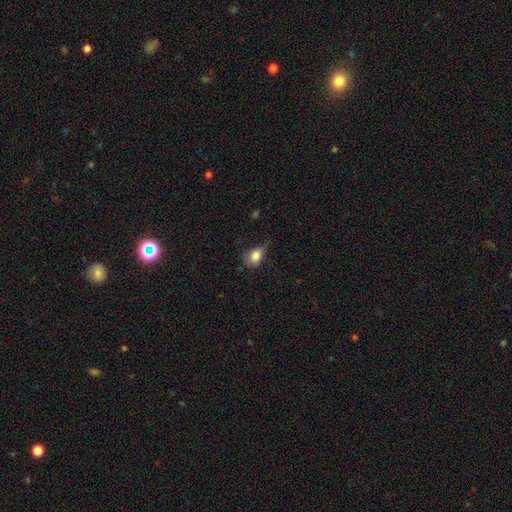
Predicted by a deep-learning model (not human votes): Morphology: type=smooth (83%); roundness=in between (68%); merging=none (44%).